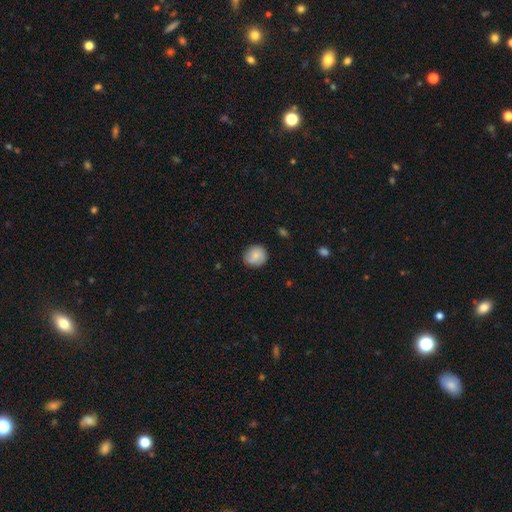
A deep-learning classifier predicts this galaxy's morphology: smooth_or_featured: smooth (p=0.82) [alt: featured or disk p=0.11]
how_rounded: round (p=0.84) [alt: in between p=0.15]
merging: none (p=0.83) [alt: minor disturbance p=0.13]